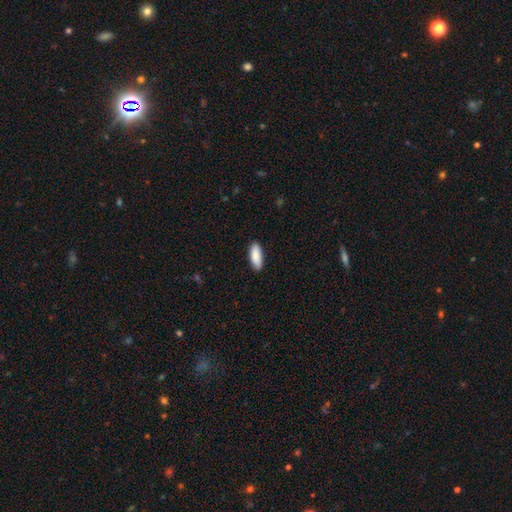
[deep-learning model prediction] smooth-or-featured: smooth: 89% | star or artifact: 6% | featured or disk: 5%
  how-rounded: in between: 74% | cigar-shaped: 24% | round: 2%
  merging: none: 88% | minor disturbance: 9% | major disturbance: 2% | merger: 1%